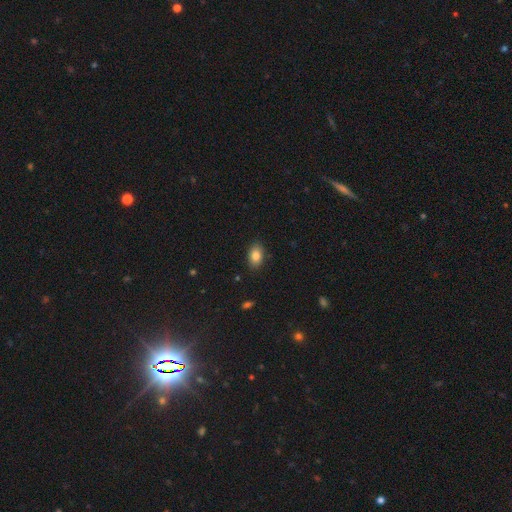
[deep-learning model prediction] Q: Smooth or featured?
A: smooth (84%); runner-up: star or artifact (9%)
Q: How rounded?
A: in between (86%); runner-up: round (12%)
Q: Merging?
A: none (86%); runner-up: minor disturbance (10%)